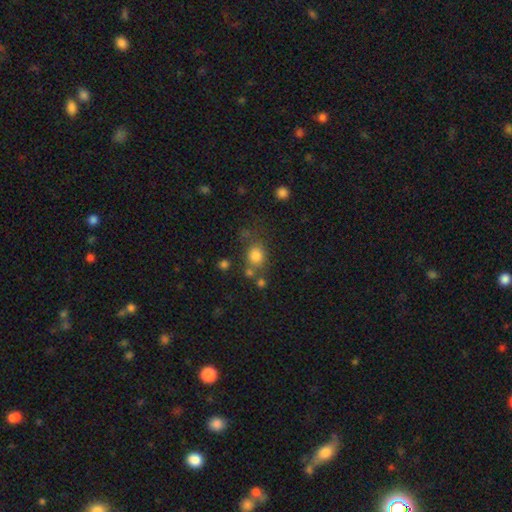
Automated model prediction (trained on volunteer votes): Smooth or featured?
  - smooth: 79% *
  - star or artifact: 13%
  - featured or disk: 8%
How rounded?
  - round: 72% *
  - in between: 27%
  - cigar-shaped: 1%
Merging?
  - none: 62% *
  - minor disturbance: 15%
  - merger: 14%
  - major disturbance: 8%